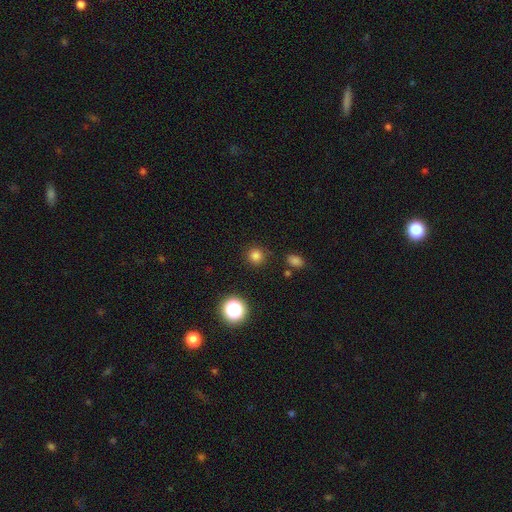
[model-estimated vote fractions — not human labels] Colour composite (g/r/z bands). It shows a smooth galaxy with no disk features (80%) that is round (93%). Merging: none (87%).